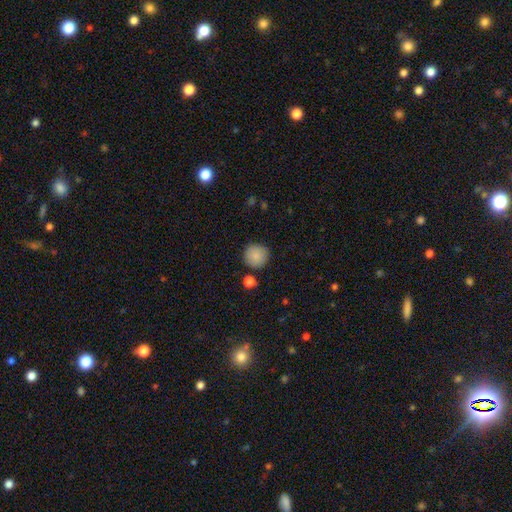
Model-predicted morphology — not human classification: This appears to be a smooth galaxy with no disk features (87%) that is round (94%). Merging: none (86%).